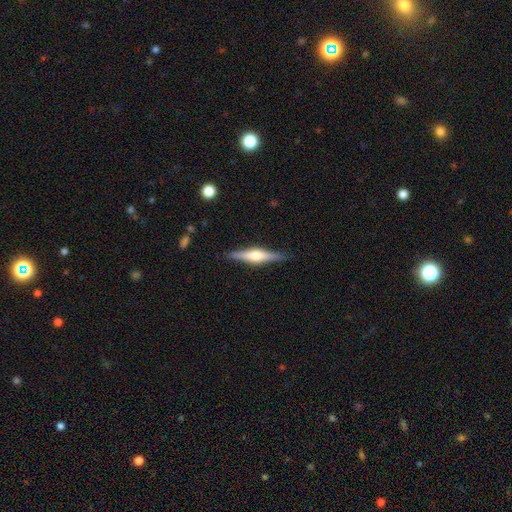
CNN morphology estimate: Q: Smooth or featured?
A: featured or disk (70%); runner-up: smooth (24%)
Q: Edge-on disk?
A: yes (97%); runner-up: no (3%)
Q: Edge-on bulge?
A: rounded (85%); runner-up: boxy (11%)
Q: Merging?
A: none (89%); runner-up: minor disturbance (8%)